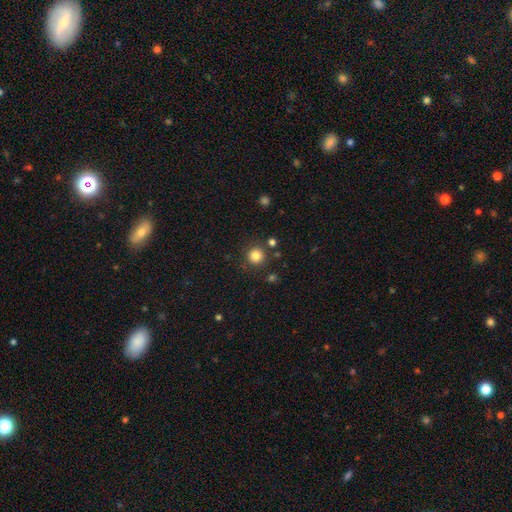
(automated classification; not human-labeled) Smooth or featured? Predicted: smooth (p=0.83). How rounded? Predicted: round (p=0.94). Merging? Predicted: none (p=0.86).